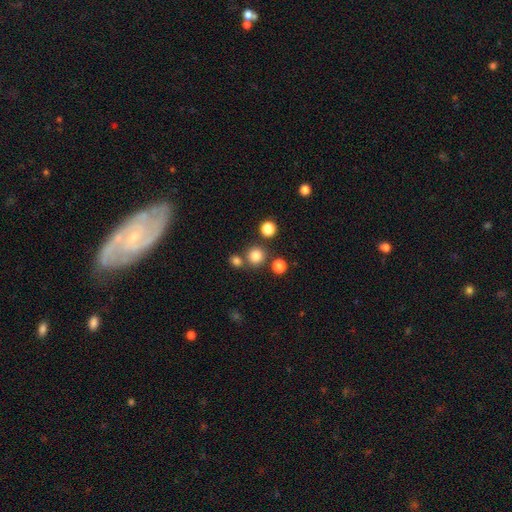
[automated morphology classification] smooth 81%, star or artifact 14%, featured or disk 5%. Down the decision tree: how rounded — round (92%); merging — none (76%).